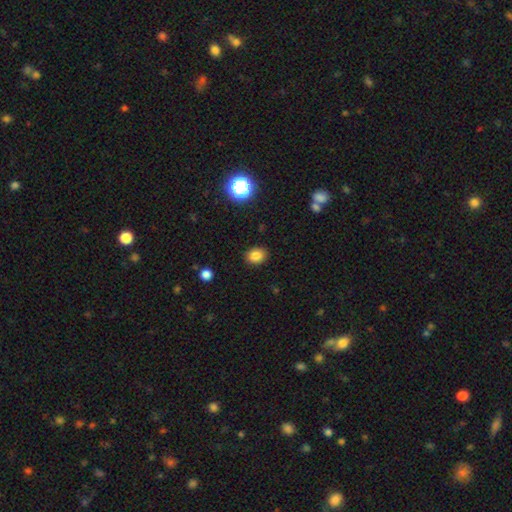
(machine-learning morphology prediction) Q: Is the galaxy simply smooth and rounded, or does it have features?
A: smooth — 84%.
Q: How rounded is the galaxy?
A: round — 56%.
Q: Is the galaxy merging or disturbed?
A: none — 88%.